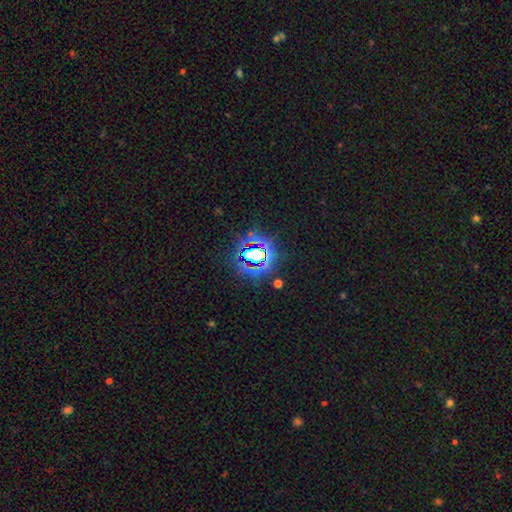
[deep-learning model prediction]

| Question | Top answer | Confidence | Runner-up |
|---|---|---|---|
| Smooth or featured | star or artifact | 71% | smooth (18%) |